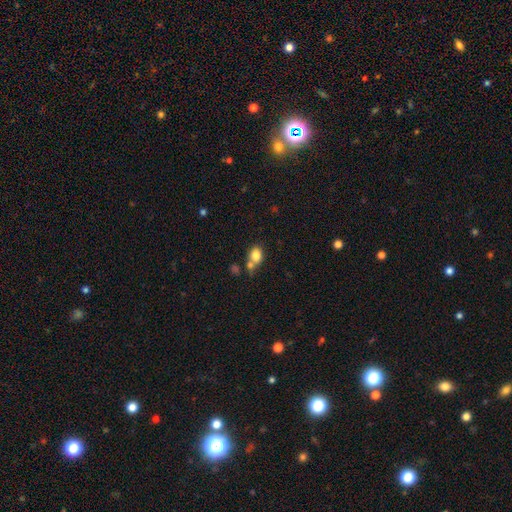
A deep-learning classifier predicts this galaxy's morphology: type=smooth (81%); roundness=in between (58%); merging=none (44%).